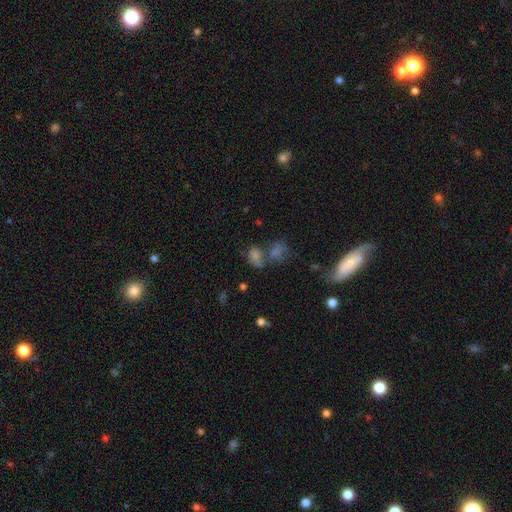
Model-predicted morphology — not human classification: type=smooth (53%); roundness=in between (65%); merging=none (42%).